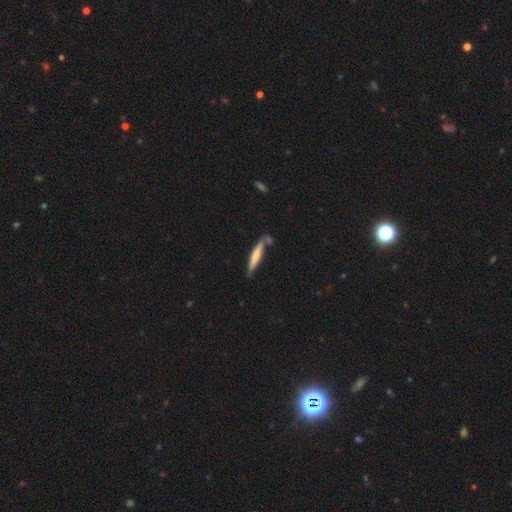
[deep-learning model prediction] This appears to be a smooth galaxy with no disk features (54%) that is cigar-shaped (92%). Merging: none (66%).